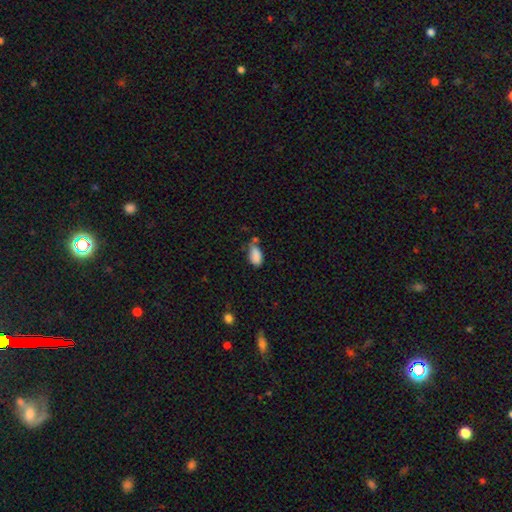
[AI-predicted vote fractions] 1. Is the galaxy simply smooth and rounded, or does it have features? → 87% smooth, 8% star or artifact, 5% featured or disk.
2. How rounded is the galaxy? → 93% in between, 4% round, 4% cigar-shaped.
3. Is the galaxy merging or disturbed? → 50% none, 29% minor disturbance, 13% merger, 8% major disturbance.